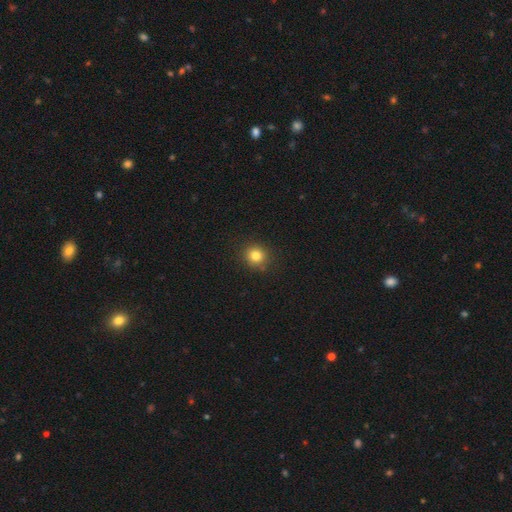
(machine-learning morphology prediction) A smooth galaxy with no disk features (81%) that is round (90%).

Vote fractions:
- Smooth or featured? smooth: 81% / star or artifact: 13% / featured or disk: 6%
- How rounded? round: 90% / in between: 9% / cigar-shaped: 1%
- Merging? none: 89% / minor disturbance: 8% / major disturbance: 2% / merger: 1%